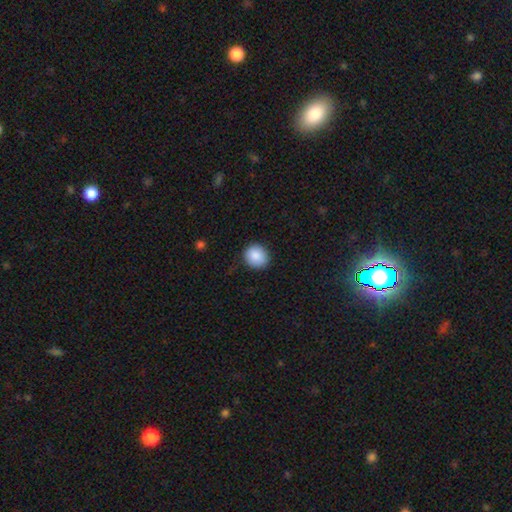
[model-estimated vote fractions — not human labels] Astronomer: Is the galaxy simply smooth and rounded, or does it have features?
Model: smooth — 89%.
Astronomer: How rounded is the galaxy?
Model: round — 83%.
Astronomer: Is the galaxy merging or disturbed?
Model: none — 86%.